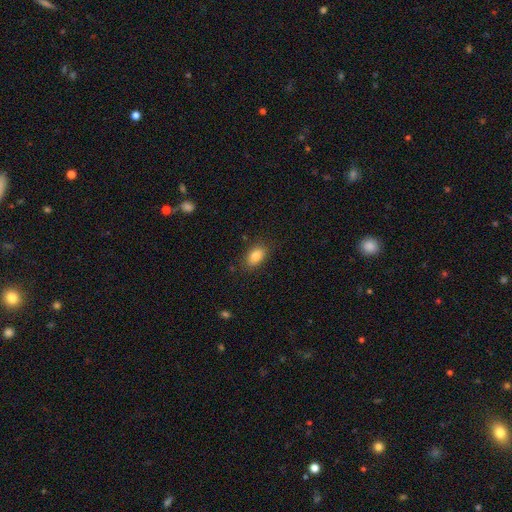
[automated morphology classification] smooth-or-featured: smooth: 86% | star or artifact: 8% | featured or disk: 6%
  how-rounded: in between: 90% | round: 8% | cigar-shaped: 2%
  merging: none: 83% | minor disturbance: 12% | major disturbance: 3% | merger: 1%